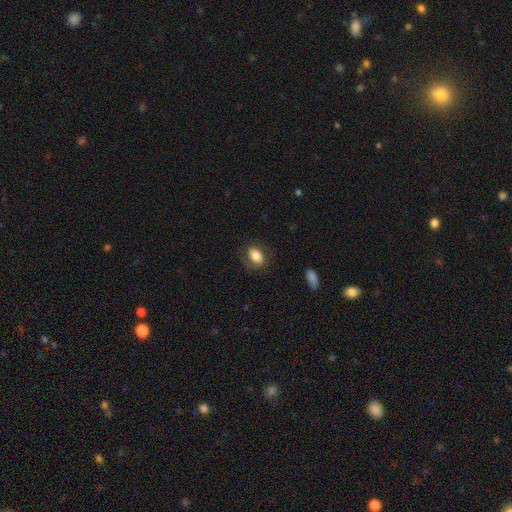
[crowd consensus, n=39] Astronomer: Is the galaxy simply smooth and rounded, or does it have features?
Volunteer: smooth — 74%.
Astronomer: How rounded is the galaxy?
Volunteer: in between — 86%.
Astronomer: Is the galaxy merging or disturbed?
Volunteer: none — 68%.